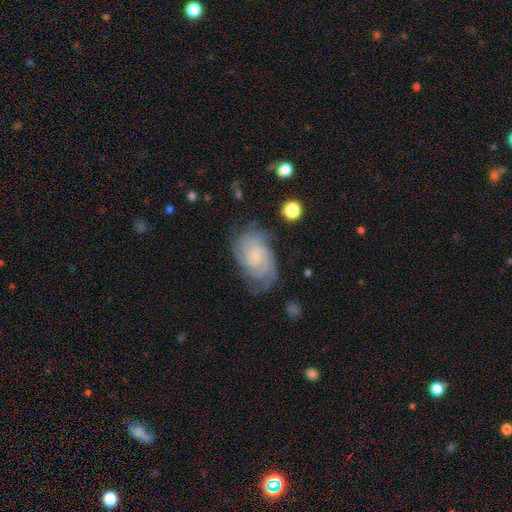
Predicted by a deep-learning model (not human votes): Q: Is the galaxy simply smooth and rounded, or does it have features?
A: featured or disk — 80%.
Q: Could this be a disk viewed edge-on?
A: no — 97%.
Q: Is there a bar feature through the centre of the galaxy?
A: no — 65%.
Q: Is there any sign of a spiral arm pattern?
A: yes — 96%.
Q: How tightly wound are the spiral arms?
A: tight — 65%.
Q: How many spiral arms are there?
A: can't tell — 32%.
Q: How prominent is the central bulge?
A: small — 66%.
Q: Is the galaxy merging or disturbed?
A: none — 69%.